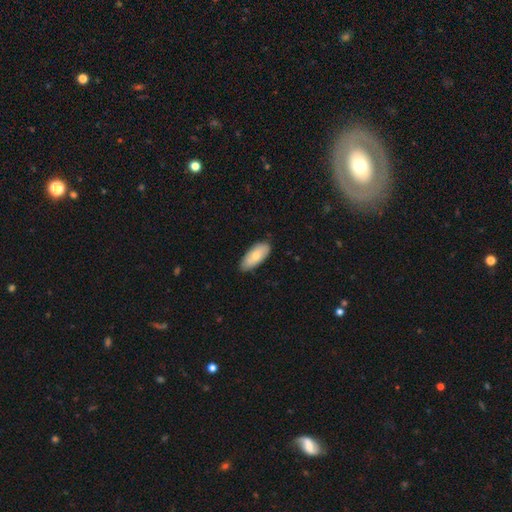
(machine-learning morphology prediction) smooth 73%, featured or disk 21%, star or artifact 5%. Down the decision tree: how rounded — in between (89%); merging — none (84%).